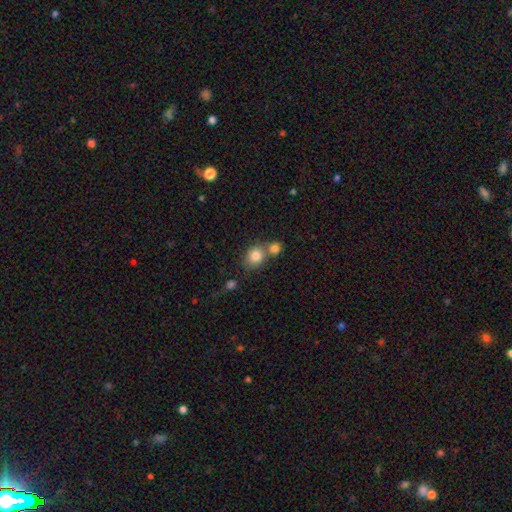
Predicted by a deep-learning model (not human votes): Smooth or featured: smooth — 82% (star or artifact — 10%)
How rounded: round — 67% (in between — 32%)
Merging: none — 46% (merger — 43%)